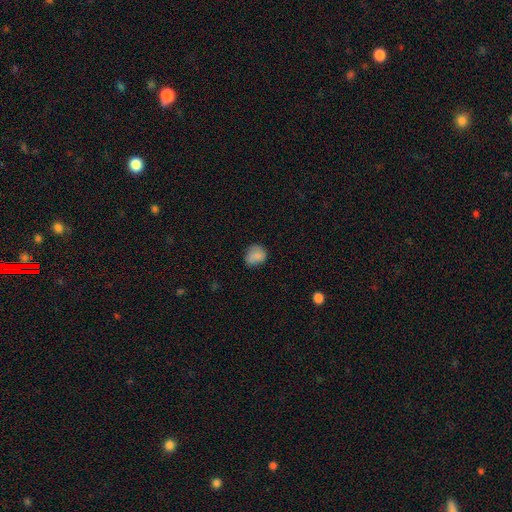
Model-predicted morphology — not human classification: This is clearly a smooth galaxy (81%). How rounded: likely round (72%). Merging: likely none (65%).